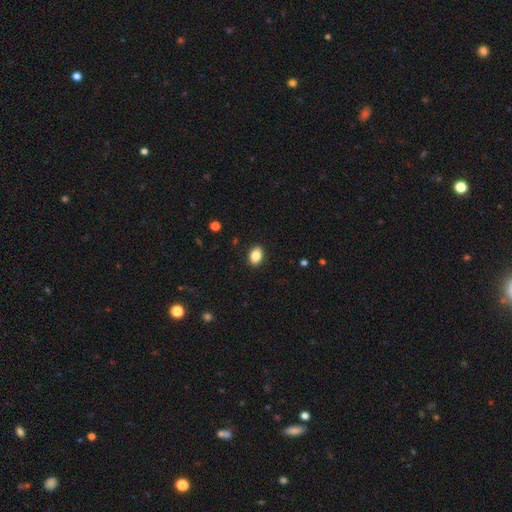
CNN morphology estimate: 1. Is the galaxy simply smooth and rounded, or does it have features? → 85% smooth, 8% star or artifact, 6% featured or disk.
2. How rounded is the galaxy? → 79% in between, 20% round, 1% cigar-shaped.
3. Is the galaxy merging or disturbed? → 90% none, 7% minor disturbance, 2% major disturbance, 1% merger.